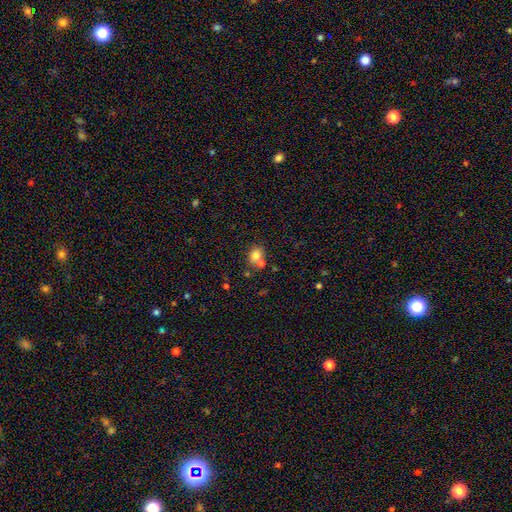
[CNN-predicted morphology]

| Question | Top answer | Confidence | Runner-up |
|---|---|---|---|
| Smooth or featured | smooth | 77% | star or artifact (12%) |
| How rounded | round | 58% | in between (41%) |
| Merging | none | 51% | merger (34%) |